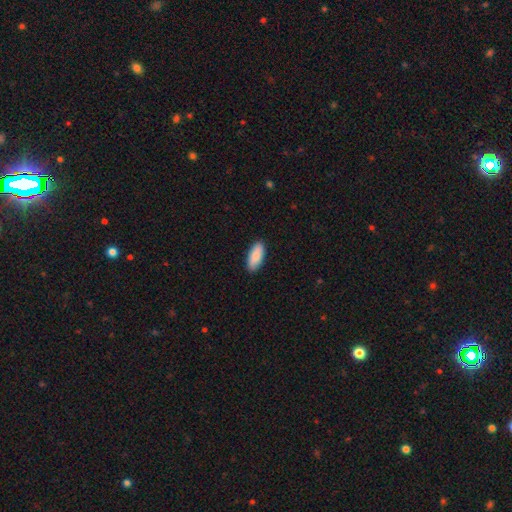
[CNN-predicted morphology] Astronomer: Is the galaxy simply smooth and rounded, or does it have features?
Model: smooth — 88%.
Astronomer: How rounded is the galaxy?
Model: in between — 86%.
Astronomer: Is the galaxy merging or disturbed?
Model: none — 90%.